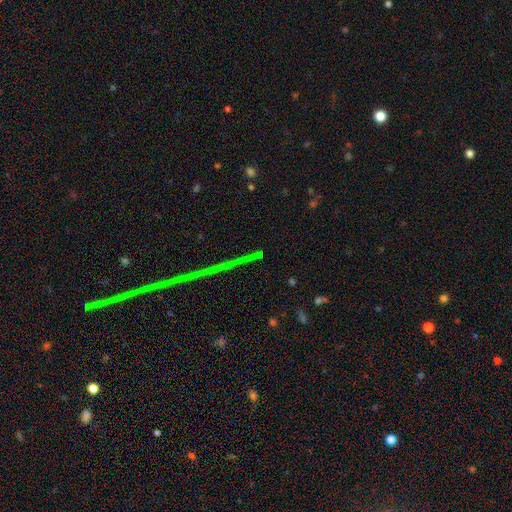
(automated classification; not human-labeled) A star or artifact, not a galaxy (75%).

Vote fractions:
- Smooth or featured? star or artifact: 75% / featured or disk: 13% / smooth: 12%